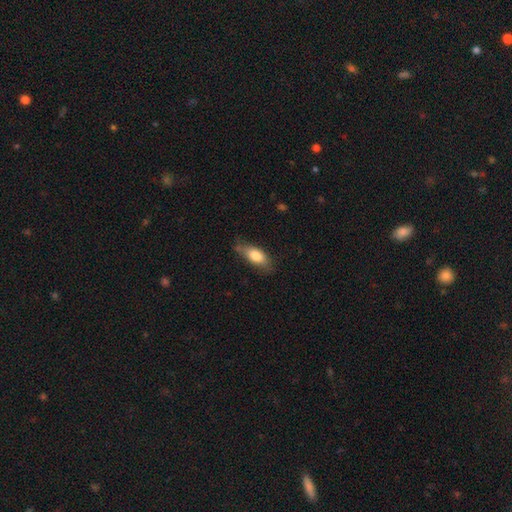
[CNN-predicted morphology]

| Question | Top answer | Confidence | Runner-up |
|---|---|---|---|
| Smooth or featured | smooth | 77% | featured or disk (16%) |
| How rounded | in between | 80% | cigar-shaped (16%) |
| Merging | none | 63% | minor disturbance (28%) |